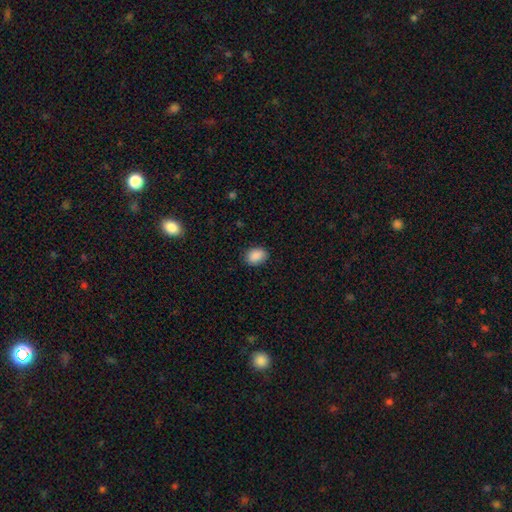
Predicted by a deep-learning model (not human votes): This is clearly a smooth galaxy (89%). How rounded: likely in between (76%). Merging: clearly none (87%).